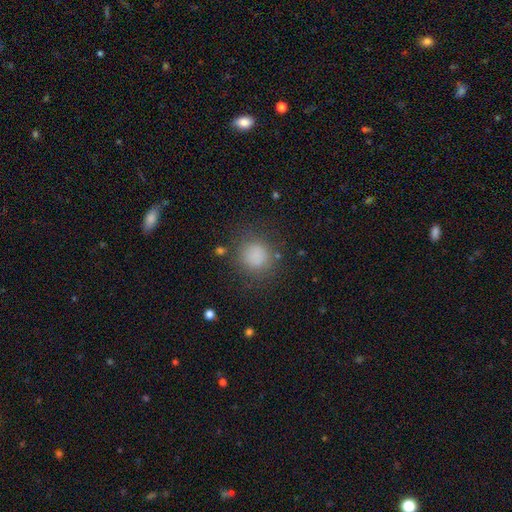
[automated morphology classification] Smooth or featured? smooth (83%)
How rounded? round (87%)
Merging? none (78%)